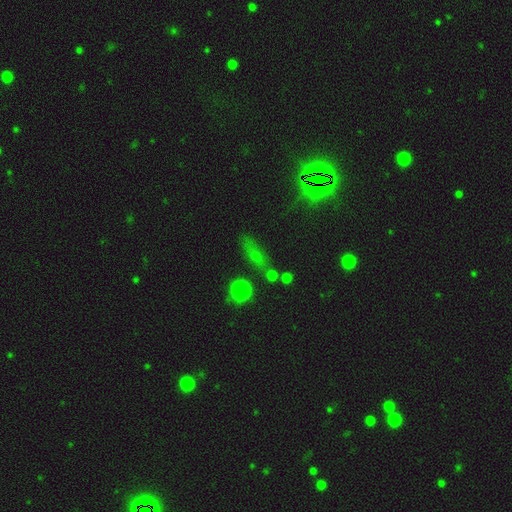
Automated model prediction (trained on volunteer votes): smooth-or-featured: smooth: 54% | star or artifact: 30% | featured or disk: 16%
  how-rounded: in between: 42% | cigar-shaped: 37% | round: 21%
  merging: none: 66% | minor disturbance: 17% | major disturbance: 9% | merger: 8%